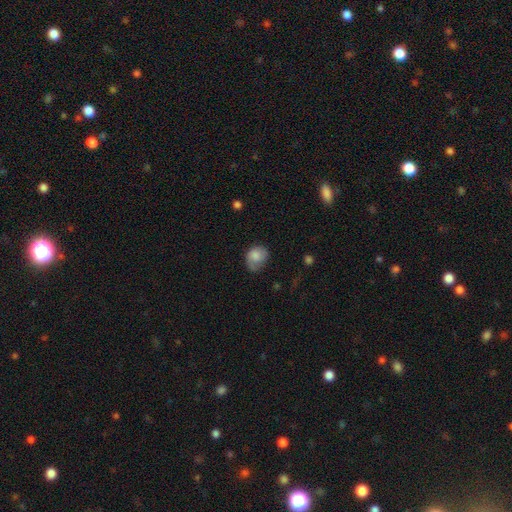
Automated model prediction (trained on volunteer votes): Smooth or featured?
  - smooth: 76% *
  - featured or disk: 16%
  - star or artifact: 8%
How rounded?
  - in between: 51% *
  - round: 48%
  - cigar-shaped: 1%
Merging?
  - none: 49% *
  - minor disturbance: 34%
  - major disturbance: 15%
  - merger: 2%